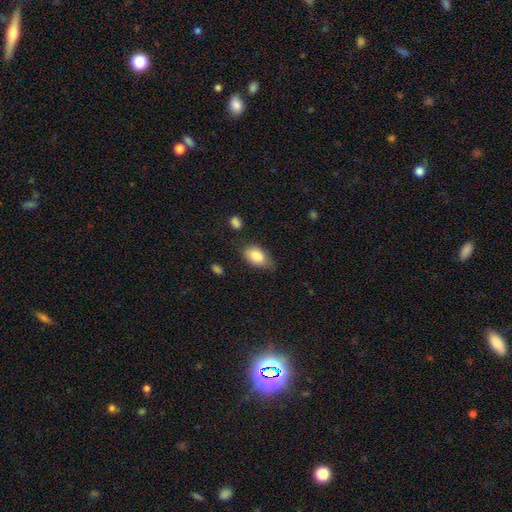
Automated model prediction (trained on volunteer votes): The model was most divided on "merging": none: 59%, minor disturbance: 30%, major disturbance: 7%, merger: 4%. More confident: how rounded — in between (90%); smooth or featured — smooth (83%).